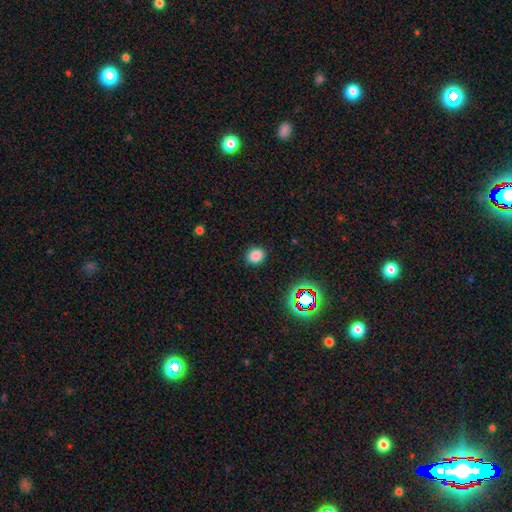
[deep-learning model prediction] A smooth galaxy with no disk features (82%) that is round (54%). Merging: none (88%).